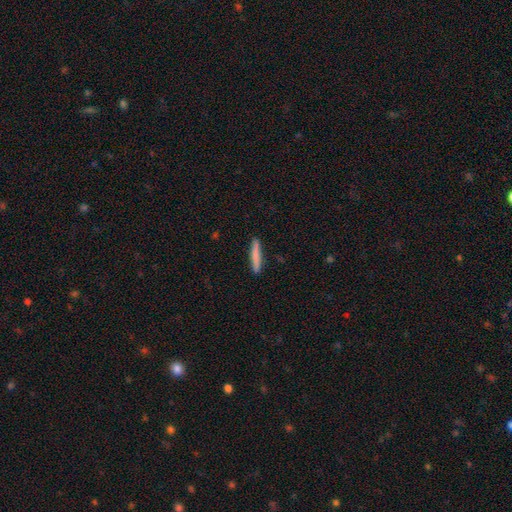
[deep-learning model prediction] This is likely a smooth galaxy (77%). How rounded: clearly cigar-shaped (93%). Merging: clearly none (89%).